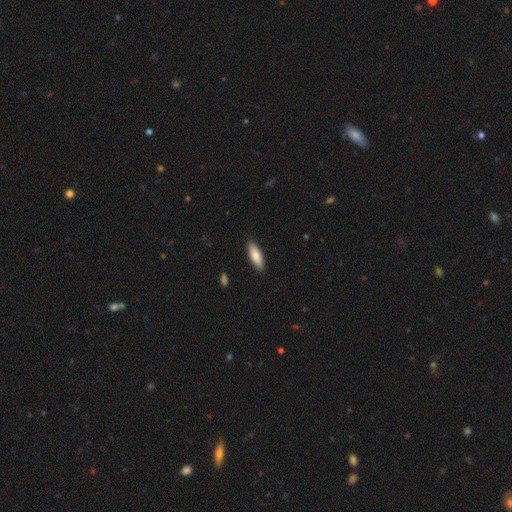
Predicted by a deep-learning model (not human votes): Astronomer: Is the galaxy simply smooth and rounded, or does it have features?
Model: smooth — 81%.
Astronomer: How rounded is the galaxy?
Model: in between — 59% (runner-up: cigar-shaped, 39%).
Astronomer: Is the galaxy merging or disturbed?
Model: none — 89%.